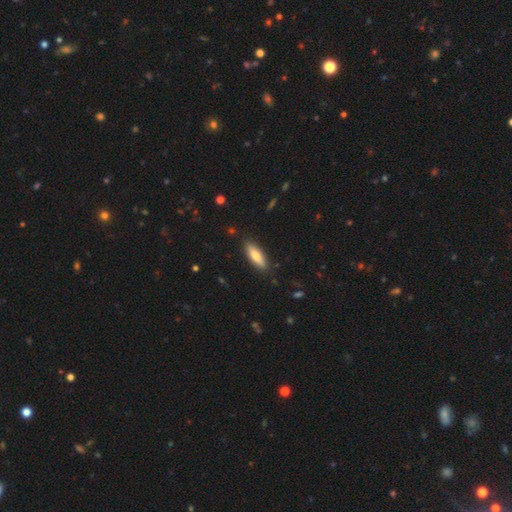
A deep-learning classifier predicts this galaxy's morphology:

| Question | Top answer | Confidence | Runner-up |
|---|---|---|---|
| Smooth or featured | smooth | 72% | featured or disk (22%) |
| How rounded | in between | 51% | cigar-shaped (47%) |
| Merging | none | 87% | minor disturbance (10%) |